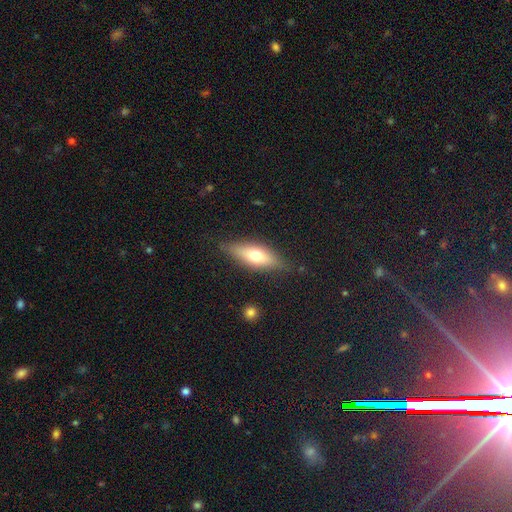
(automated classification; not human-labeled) Q: Smooth or featured?
A: smooth (55%); runner-up: featured or disk (38%)
Q: How rounded?
A: in between (54%); runner-up: cigar-shaped (43%)
Q: Merging?
A: none (82%); runner-up: minor disturbance (13%)